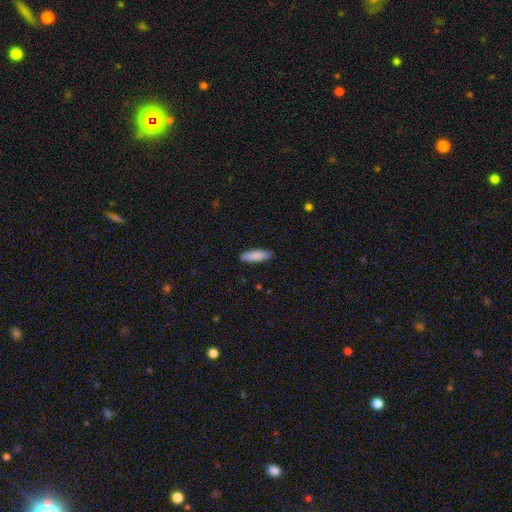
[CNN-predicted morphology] smooth-or-featured: smooth: 86% | featured or disk: 9% | star or artifact: 6%
  how-rounded: cigar-shaped: 56% | in between: 43% | round: 2%
  merging: none: 88% | minor disturbance: 9% | major disturbance: 2% | merger: 1%